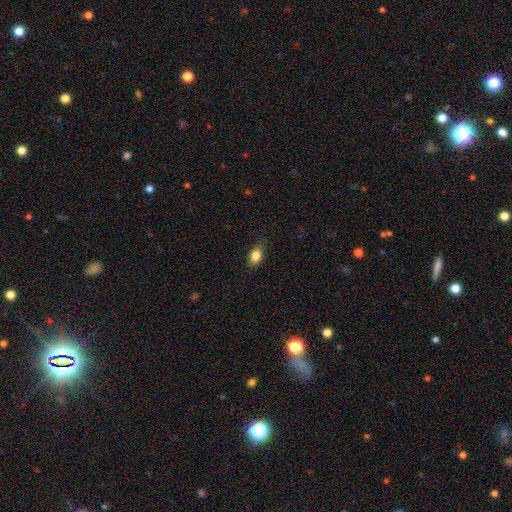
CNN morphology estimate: Smooth or featured? Predicted: smooth (p=0.84). How rounded? Predicted: in between (p=0.78). Merging? Predicted: none (p=0.79).